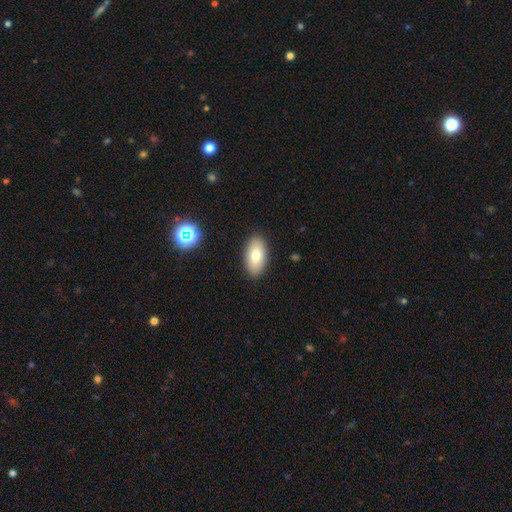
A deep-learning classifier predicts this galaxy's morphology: A smooth galaxy with no disk features (76%) that is in between round and cigar-shaped (94%).

Vote fractions:
- Smooth or featured? smooth: 76% / featured or disk: 16% / star or artifact: 8%
- How rounded? in between: 94% / round: 3% / cigar-shaped: 3%
- Merging? none: 89% / minor disturbance: 8% / major disturbance: 2% / merger: 1%